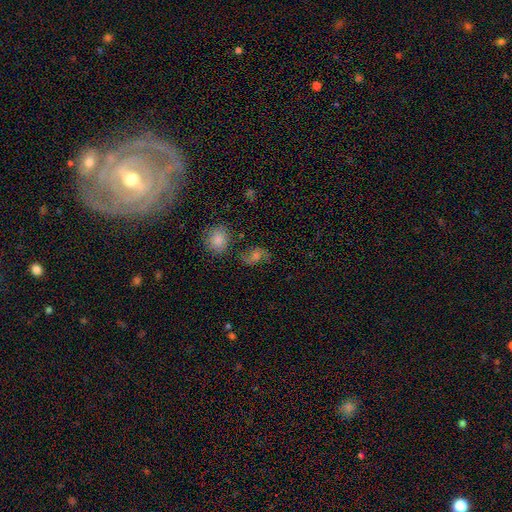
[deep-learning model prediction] A featured or disk galaxy (59%) with no bar (57%), 2 (89%) loose (57%) spiral arms (89%) and a moderate central bulge (58%).

Vote fractions:
- Smooth or featured? featured or disk: 59% / smooth: 26% / star or artifact: 15%
- Edge-on disk? no: 96% / yes: 4%
- Bar? no: 57% / weak: 34% / strong: 8%
- Spiral arms? yes: 89% / no: 11%
- Spiral winding? loose: 57% / medium: 33% / tight: 10%
- Spiral arm count? 2: 89% / can't tell: 4% / 1: 3% / 3: 1% / 4: 1% / more than 4: 1%
- Bulge size? moderate: 58% / small: 25% / large: 10% / none: 5% / dominant: 2%
- Merging? none: 69% / minor disturbance: 16% / major disturbance: 9% / merger: 6%